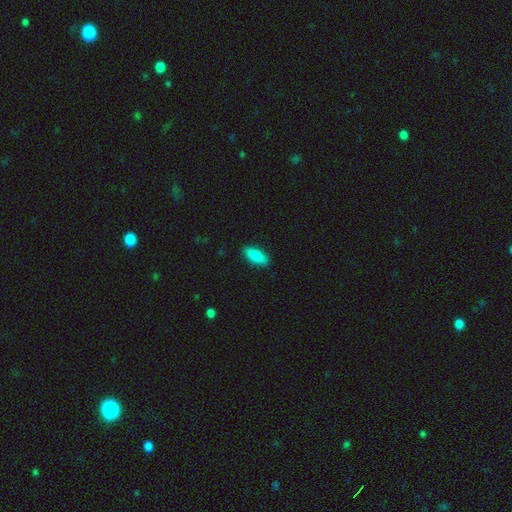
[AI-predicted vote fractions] Smooth or featured? smooth (88%)
How rounded? in between (79%)
Merging? none (89%)